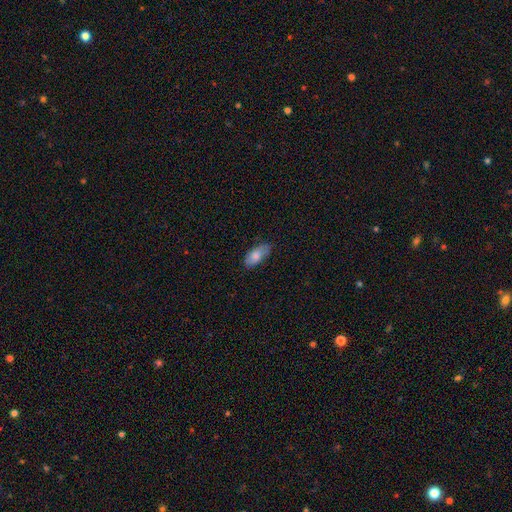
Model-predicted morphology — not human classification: Smooth or featured? smooth (79%)
How rounded? in between (86%)
Merging? none (80%)